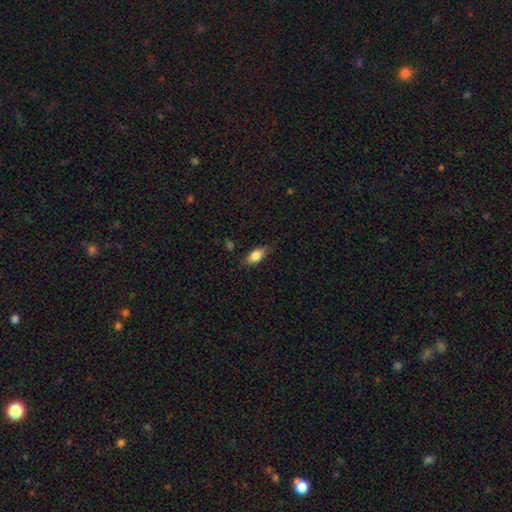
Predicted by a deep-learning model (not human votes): smooth 81%, featured or disk 12%, star or artifact 7%. Down the decision tree: how rounded — in between (85%); merging — none (77%).